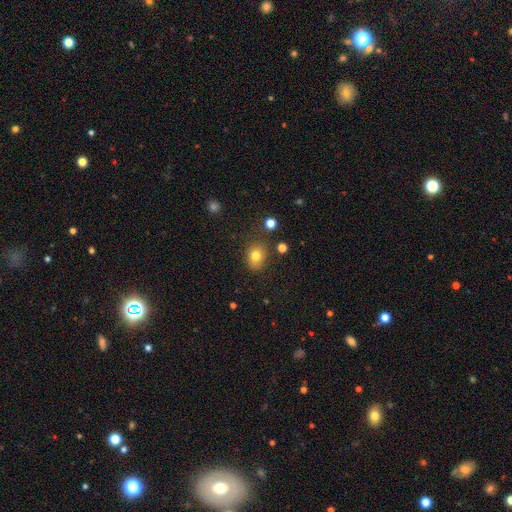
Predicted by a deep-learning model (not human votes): Smooth or featured?
  - smooth: 78% *
  - star or artifact: 13%
  - featured or disk: 9%
How rounded?
  - round: 51% *
  - in between: 48%
  - cigar-shaped: 1%
Merging?
  - none: 78% *
  - minor disturbance: 14%
  - major disturbance: 4%
  - merger: 4%